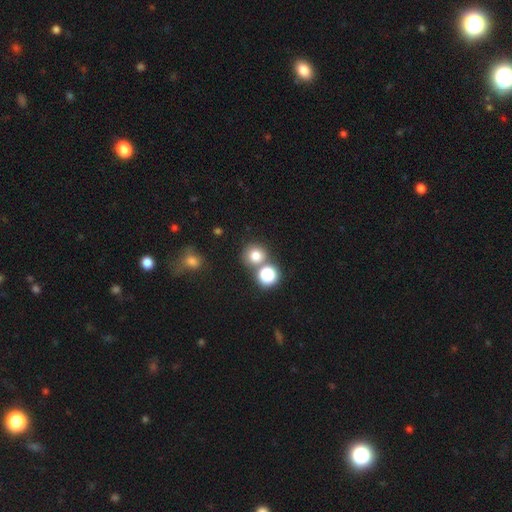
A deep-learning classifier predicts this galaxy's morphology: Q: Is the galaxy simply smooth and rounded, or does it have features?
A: smooth — 75%.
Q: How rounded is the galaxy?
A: round — 89%.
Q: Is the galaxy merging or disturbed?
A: none — 66%.